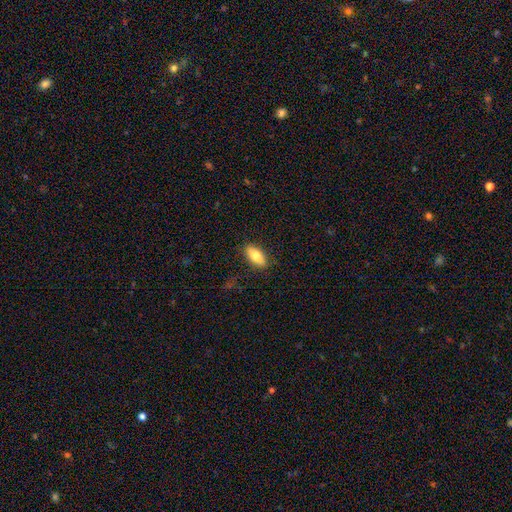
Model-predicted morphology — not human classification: Overall: smooth (79%). How rounded: in between (88%). Merging: none (87%).